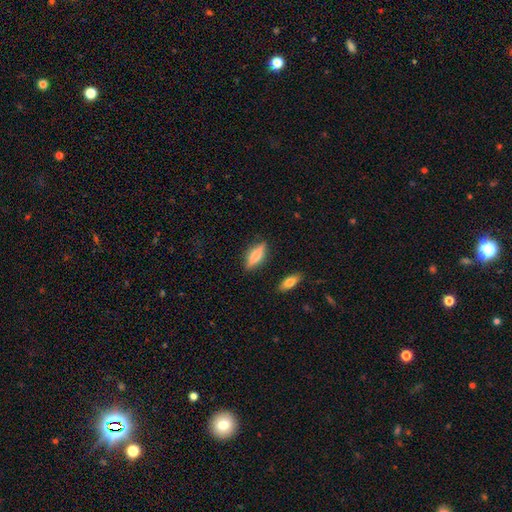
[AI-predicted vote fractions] A smooth galaxy with no disk features (60%) that is cigar-shaped (53%). Merging: none (83%).